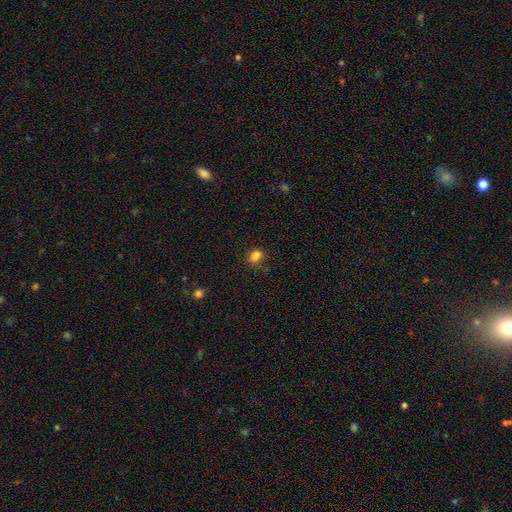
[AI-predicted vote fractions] Q: Smooth or featured?
A: smooth (79%); runner-up: star or artifact (15%)
Q: How rounded?
A: in between (54%); runner-up: round (45%)
Q: Merging?
A: none (64%); runner-up: minor disturbance (19%)